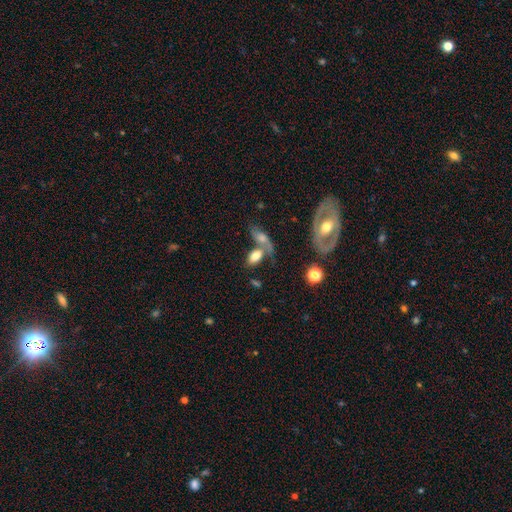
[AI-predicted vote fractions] A smooth galaxy with no disk features (76%) that is in between round and cigar-shaped (89%). Merging: merger (42%).